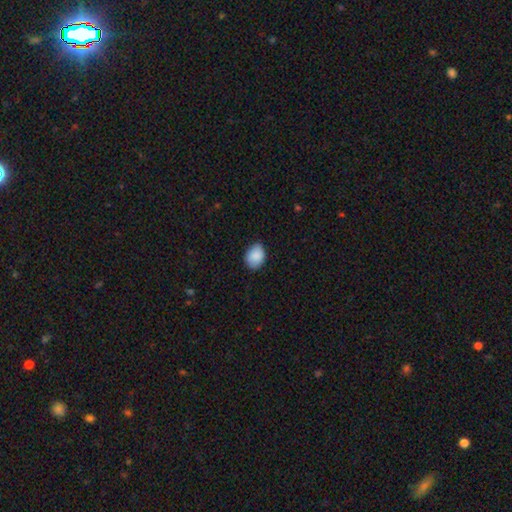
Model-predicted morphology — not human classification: Q: Smooth or featured?
A: smooth (89%); runner-up: star or artifact (7%)
Q: How rounded?
A: in between (68%); runner-up: round (31%)
Q: Merging?
A: none (76%); runner-up: minor disturbance (20%)